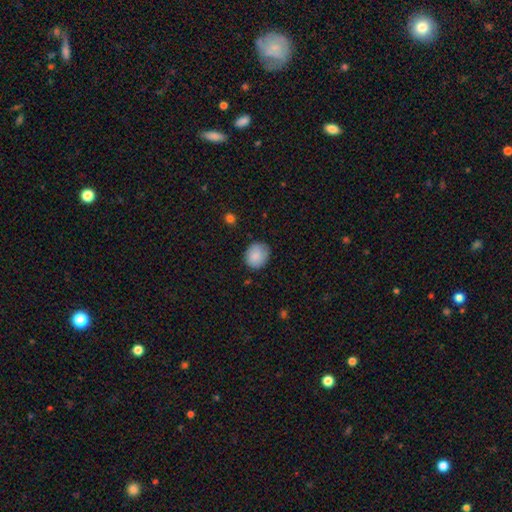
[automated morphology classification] Smooth or featured? Predicted: smooth (p=0.86). How rounded? Predicted: round (p=0.64). Merging? Predicted: none (p=0.79).